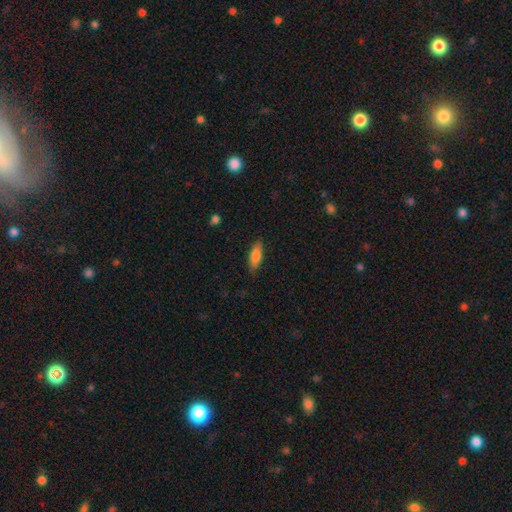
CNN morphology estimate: A smooth galaxy with no disk features (80%) that is in between round and cigar-shaped (56%).

Vote fractions:
- Smooth or featured? smooth: 80% / featured or disk: 13% / star or artifact: 6%
- How rounded? in between: 56% / cigar-shaped: 42% / round: 2%
- Merging? none: 85% / minor disturbance: 12% / major disturbance: 2% / merger: 1%